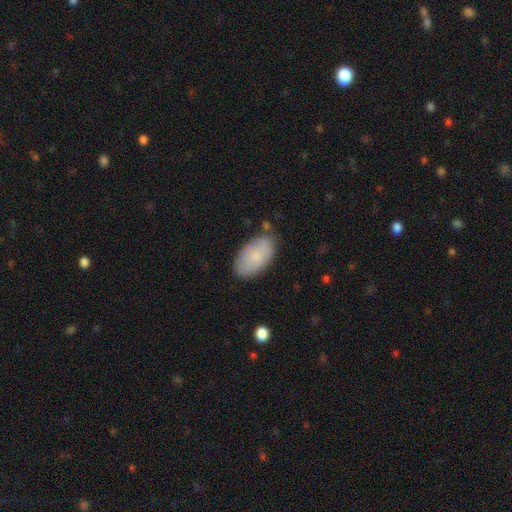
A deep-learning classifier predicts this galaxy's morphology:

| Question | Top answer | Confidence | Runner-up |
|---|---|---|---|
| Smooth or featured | smooth | 77% | featured or disk (17%) |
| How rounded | in between | 95% | round (3%) |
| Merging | none | 78% | minor disturbance (17%) |